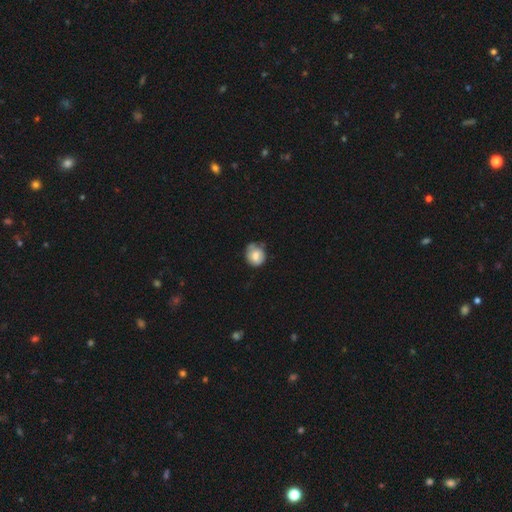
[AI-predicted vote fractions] A smooth galaxy with no disk features (71%) that is round (76%).

Vote fractions:
- Smooth or featured? smooth: 71% / featured or disk: 21% / star or artifact: 8%
- How rounded? round: 76% / in between: 24% / cigar-shaped: 1%
- Merging? none: 56% / minor disturbance: 32% / major disturbance: 8% / merger: 4%